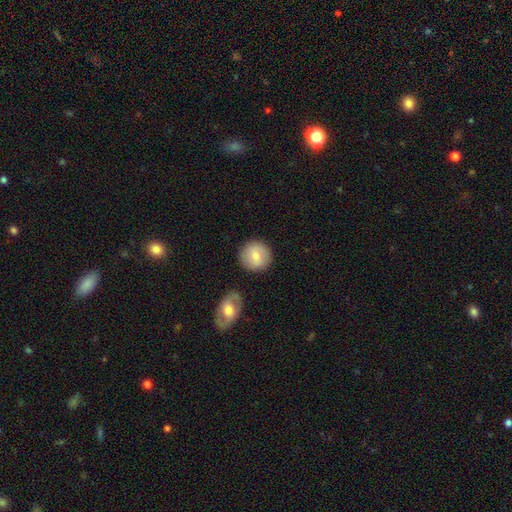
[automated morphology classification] A smooth galaxy with no disk features (75%) that is round (91%). Merging: none (84%).